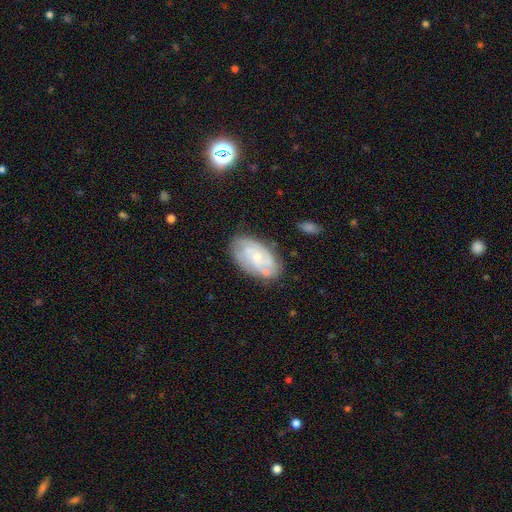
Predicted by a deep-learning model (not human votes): smooth_or_featured: featured or disk (p=0.67) [alt: smooth p=0.27]
disk_edge_on: no (p=0.96) [alt: yes p=0.04]
bar: no (p=0.72) [alt: weak p=0.24]
has_spiral_arms: yes (p=0.84) [alt: no p=0.16]
spiral_winding: tight (p=0.55) [alt: medium p=0.34]
spiral_arm_count: can't tell (p=0.43) [alt: 2 p=0.25]
bulge_size: small (p=0.62) [alt: moderate p=0.31]
merging: none (p=0.72) [alt: minor disturbance p=0.20]